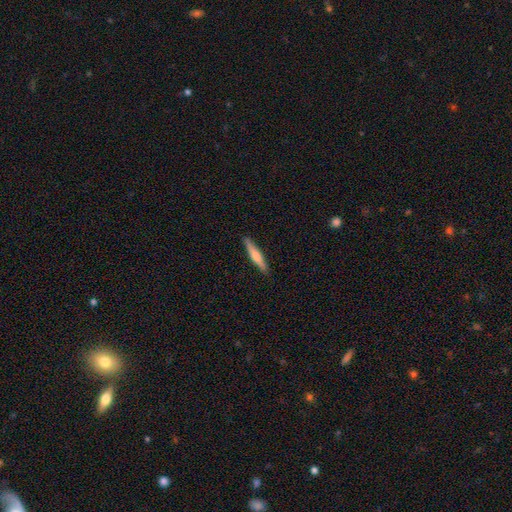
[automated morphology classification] The model was most divided on "smooth or featured": smooth: 50%, featured or disk: 45%, star or artifact: 5%. More confident: merging — none (90%).